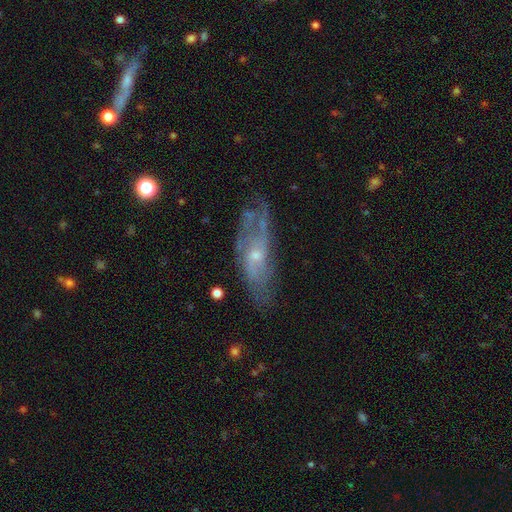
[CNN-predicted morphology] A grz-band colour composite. It shows a featured or disk galaxy (69%) with no bar (72%), spiral arms (71%) and a small central bulge (64%). Merging: none (59%).